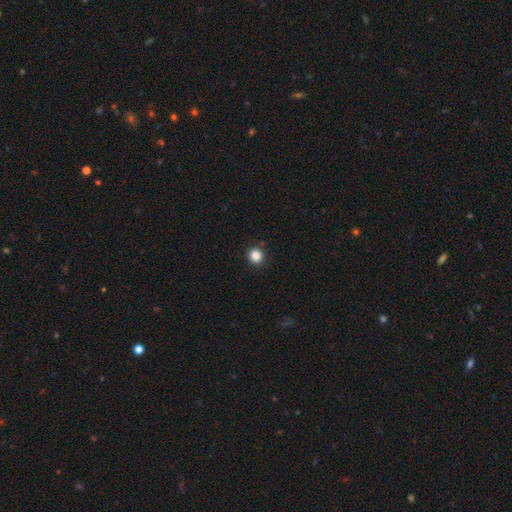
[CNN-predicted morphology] A smooth galaxy with no disk features (86%) that is round (91%). Merging: none (90%).